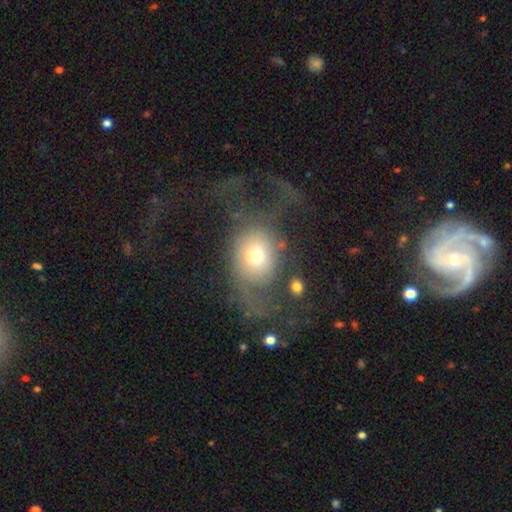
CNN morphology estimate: A smooth galaxy with no disk features (59%) that is round (57%). Merging: major disturbance (53%).